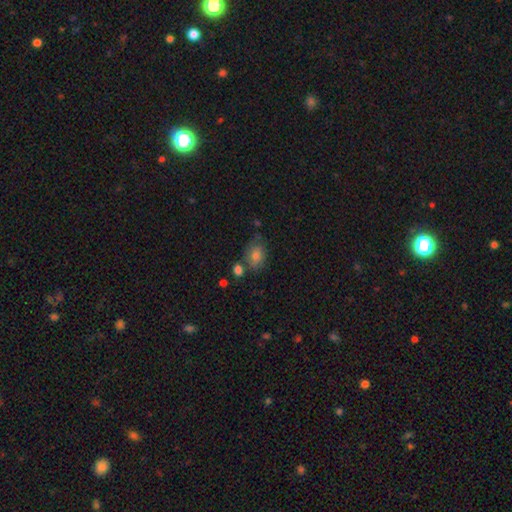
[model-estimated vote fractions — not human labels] smooth 74%, featured or disk 13%, star or artifact 13%. Down the decision tree: how rounded — in between (77%); merging — none (62%).